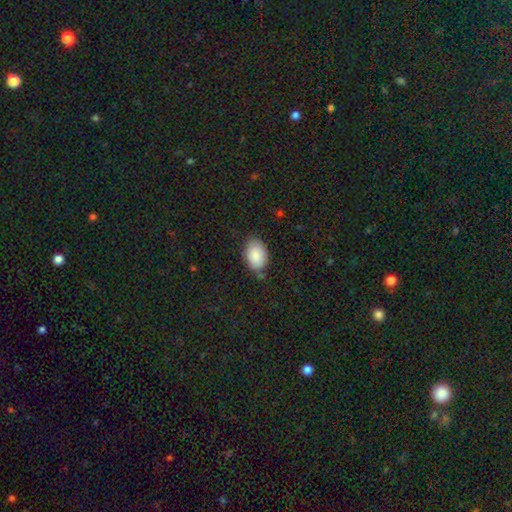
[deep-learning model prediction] This appears to be a smooth galaxy with no disk features (88%) that is in between round and cigar-shaped (88%). Merging: none (74%).